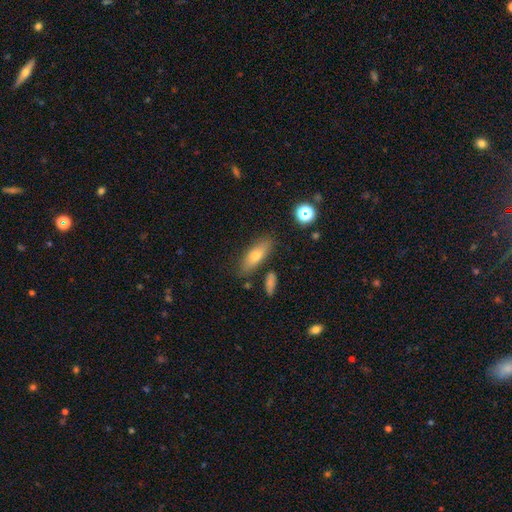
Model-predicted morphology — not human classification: smooth_or_featured: smooth (p=0.66) [alt: featured or disk p=0.25]
how_rounded: in between (p=0.61) [alt: cigar-shaped p=0.35]
merging: none (p=0.80) [alt: minor disturbance p=0.12]